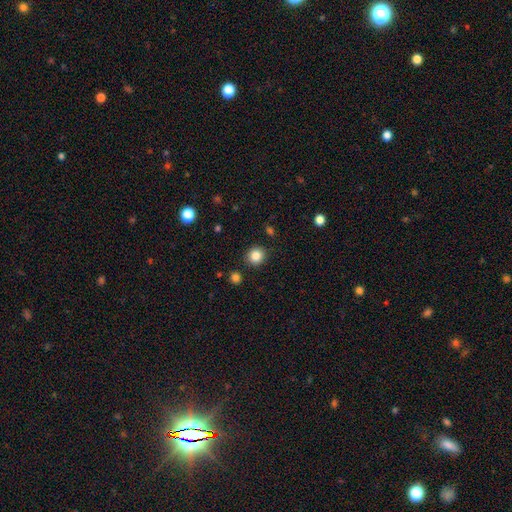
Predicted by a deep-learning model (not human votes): smooth 85%, star or artifact 11%, featured or disk 5%. Down the decision tree: how rounded — round (86%); merging — none (89%).